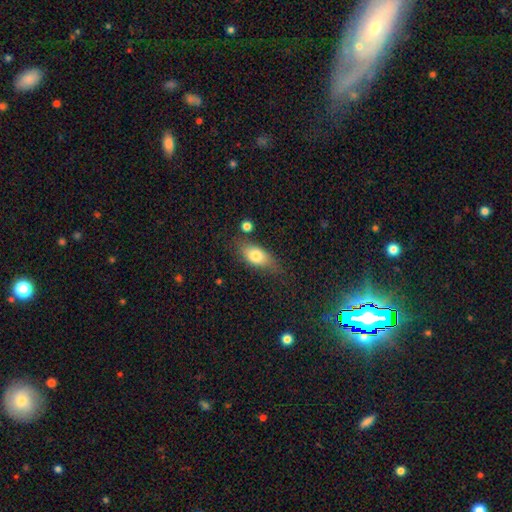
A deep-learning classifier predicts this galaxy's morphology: A smooth galaxy with no disk features (75%) that is in between round and cigar-shaped (82%).

Vote fractions:
- Smooth or featured? smooth: 75% / featured or disk: 17% / star or artifact: 8%
- How rounded? in between: 82% / cigar-shaped: 10% / round: 8%
- Merging? none: 62% / minor disturbance: 24% / major disturbance: 8% / merger: 6%